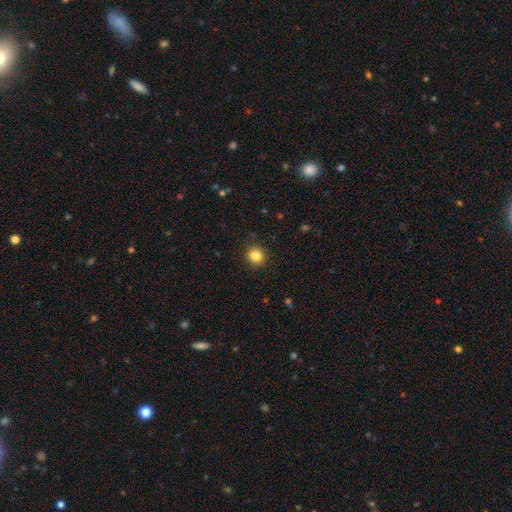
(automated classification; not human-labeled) The model was most divided on "smooth or featured": smooth: 84%, star or artifact: 11%, featured or disk: 5%. More confident: merging — none (91%); how rounded — round (89%).